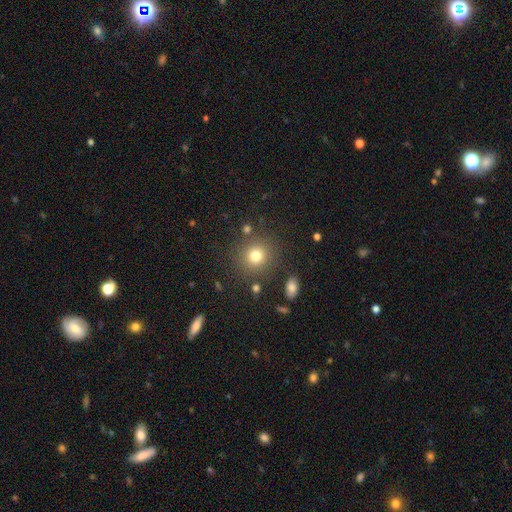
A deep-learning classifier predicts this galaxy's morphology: This appears to be a smooth galaxy with no disk features (77%) that is round (89%). Merging: none (84%).